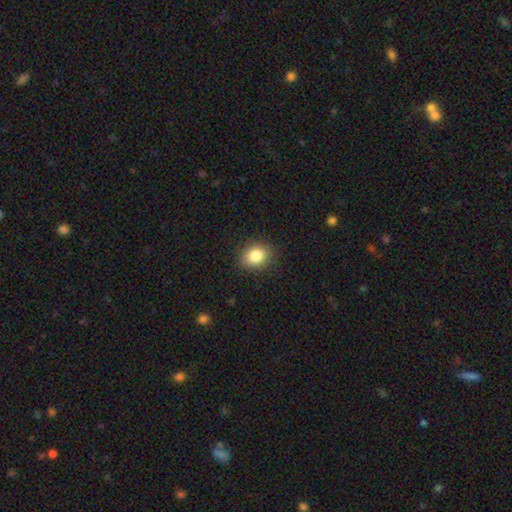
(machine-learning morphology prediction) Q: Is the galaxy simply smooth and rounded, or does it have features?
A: smooth — 84%.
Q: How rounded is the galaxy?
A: in between — 56%.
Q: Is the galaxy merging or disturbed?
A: none — 88%.